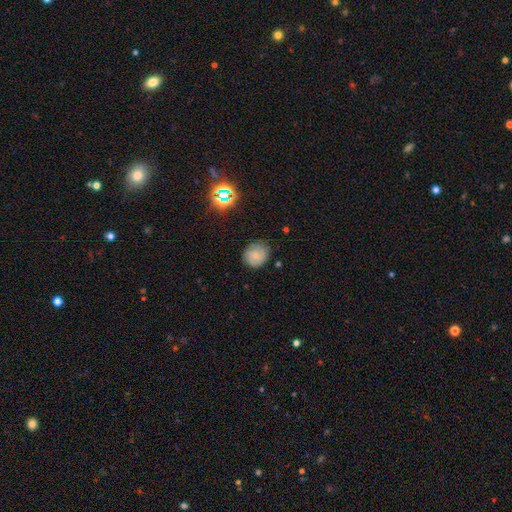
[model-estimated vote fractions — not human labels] smooth_or_featured: smooth (p=0.51) [alt: featured or disk p=0.38]
how_rounded: round (p=0.80) [alt: in between p=0.19]
merging: none (p=0.77) [alt: minor disturbance p=0.18]